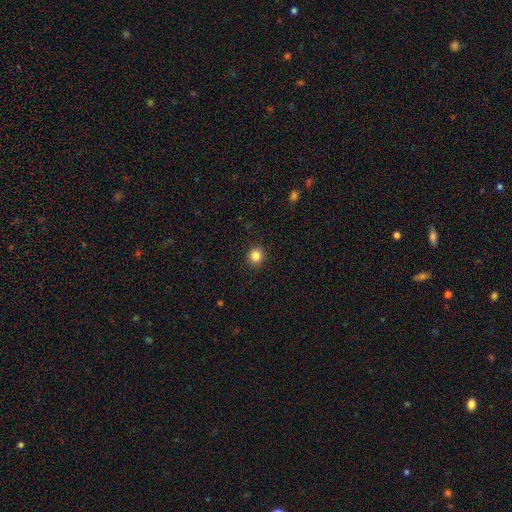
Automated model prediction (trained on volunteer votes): smooth 84%, star or artifact 11%, featured or disk 4%. Down the decision tree: how rounded — round (92%); merging — none (92%).